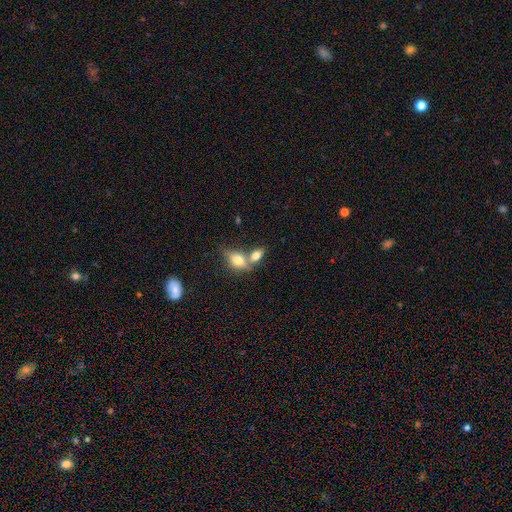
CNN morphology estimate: Smooth or featured? Predicted: smooth (p=0.71). How rounded? Predicted: in between (p=0.81). Merging? Predicted: merger (p=0.50).